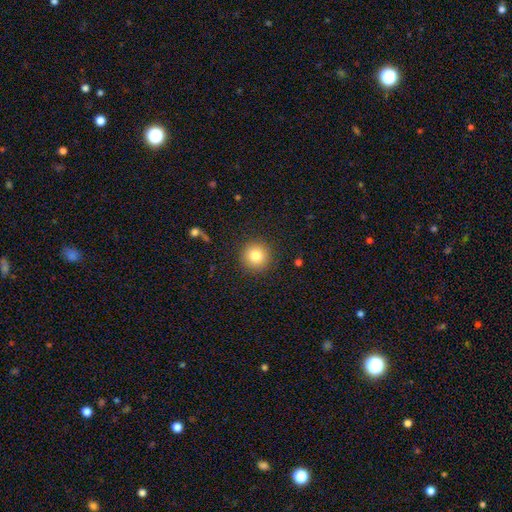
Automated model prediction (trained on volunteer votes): smooth_or_featured: smooth (p=0.83) [alt: star or artifact p=0.10]
how_rounded: round (p=0.95) [alt: in between p=0.05]
merging: none (p=0.90) [alt: minor disturbance p=0.06]